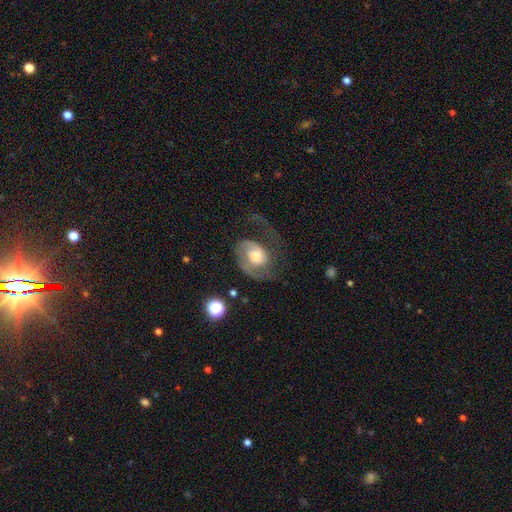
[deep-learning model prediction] Smooth or featured? Predicted: featured or disk (p=0.74). Edge-on disk? Predicted: no (p=0.97). Bar? Predicted: no (p=0.68). Spiral arms? Predicted: yes (p=0.92). Spiral winding? Predicted: medium (p=0.40). Spiral arm count? Predicted: 1 (p=0.55). Bulge size? Predicted: moderate (p=0.56). Merging? Predicted: major disturbance (p=0.45).